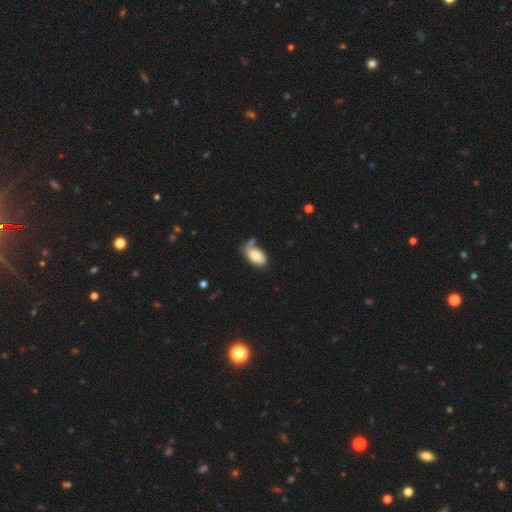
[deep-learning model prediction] This appears to be a smooth galaxy with no disk features (80%) that is in between round and cigar-shaped (94%). Merging: none (47%).